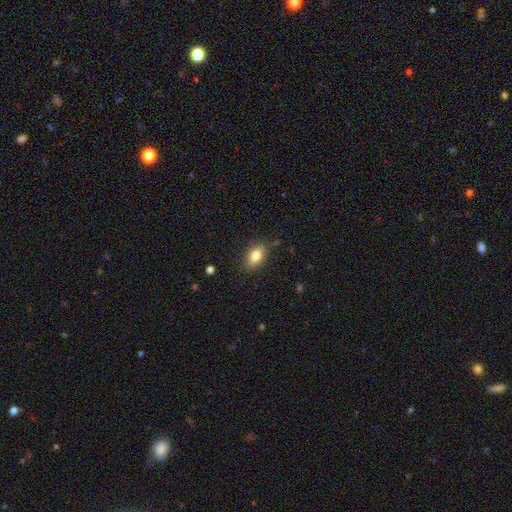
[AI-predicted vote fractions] smooth 82%, featured or disk 10%, star or artifact 8%. Down the decision tree: how rounded — in between (88%); merging — none (83%).